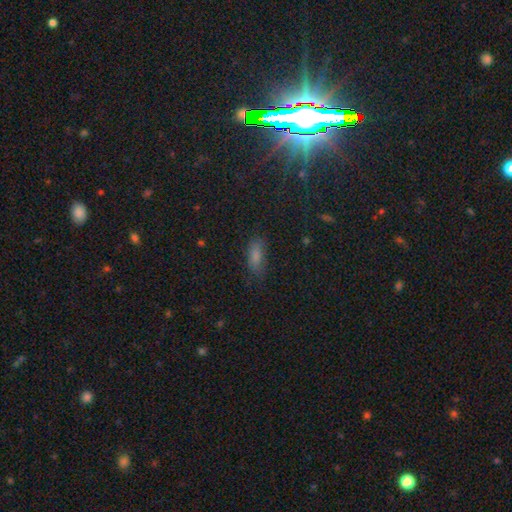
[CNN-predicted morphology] The model was most divided on "merging": none: 70%, minor disturbance: 22%, major disturbance: 7%, merger: 2%. More confident: how rounded — in between (78%); smooth or featured — smooth (76%).